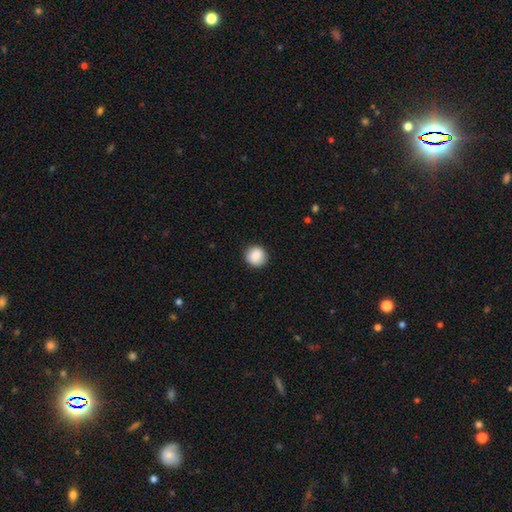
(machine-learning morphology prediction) Smooth or featured?
  - smooth: 89% *
  - star or artifact: 8%
  - featured or disk: 3%
How rounded?
  - round: 92% *
  - in between: 7%
  - cigar-shaped: 1%
Merging?
  - none: 90% *
  - minor disturbance: 7%
  - major disturbance: 2%
  - merger: 1%